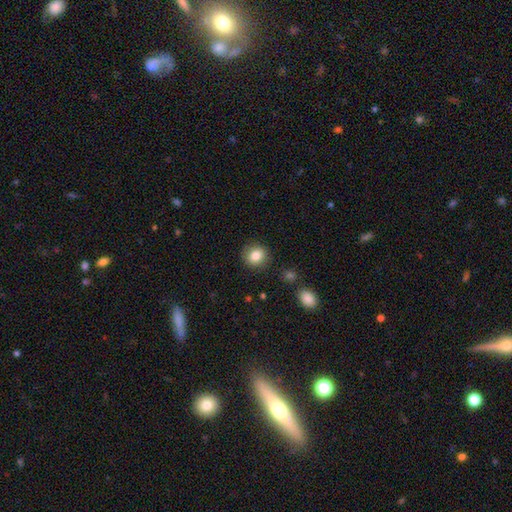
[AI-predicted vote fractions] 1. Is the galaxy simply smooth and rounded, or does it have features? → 84% smooth, 9% star or artifact, 6% featured or disk.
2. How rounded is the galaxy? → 83% round, 16% in between, 1% cigar-shaped.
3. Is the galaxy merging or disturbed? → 87% none, 8% minor disturbance, 3% major disturbance, 2% merger.